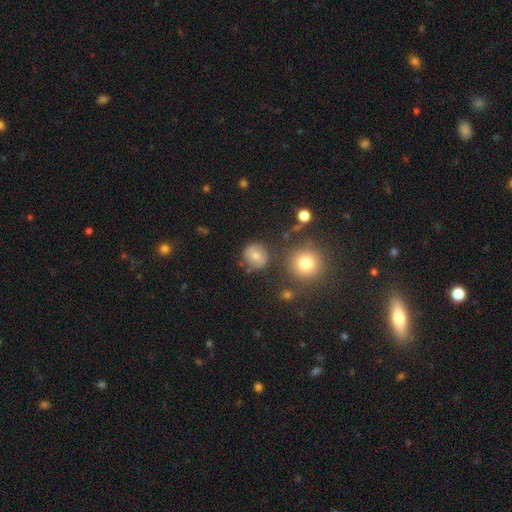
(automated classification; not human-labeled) A smooth galaxy with no disk features (72%) that is round (87%). Merging: none (78%).